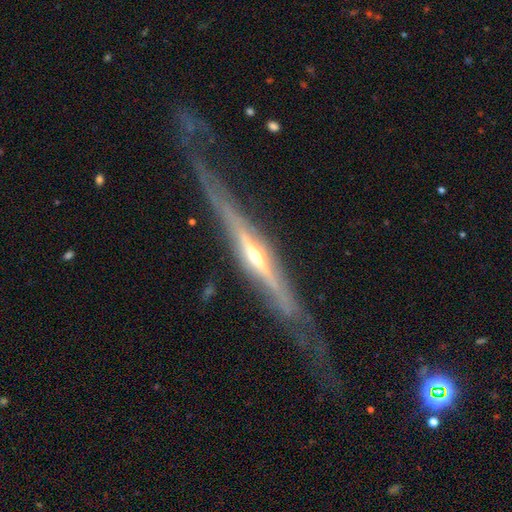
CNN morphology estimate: This is clearly a featured or disk galaxy (86%). It is clearly viewed edge-on (93%). Edge-on bulge: likely rounded (76%). Merging: likely none (69%).